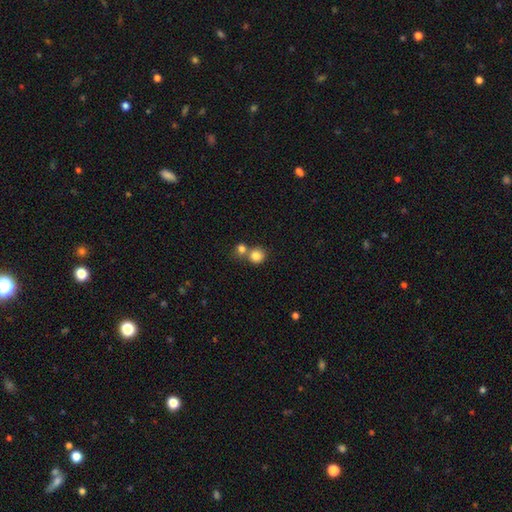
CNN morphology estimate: This is clearly a smooth galaxy (82%). How rounded: clearly round (87%). Merging: possibly none (50%).